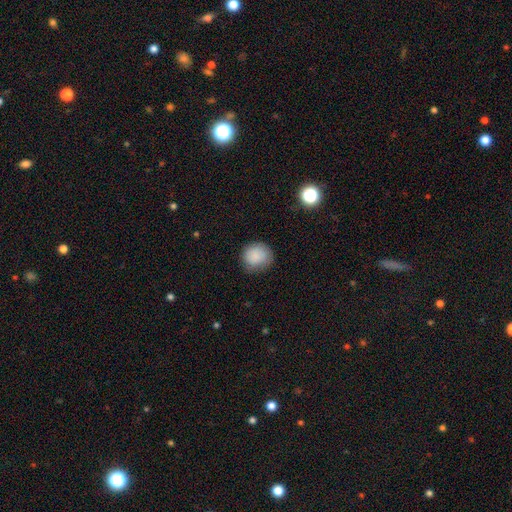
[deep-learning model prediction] The model was most divided on "merging": none: 75%, minor disturbance: 19%, major disturbance: 5%, merger: 1%. More confident: smooth or featured — smooth (86%); how rounded — round (82%).